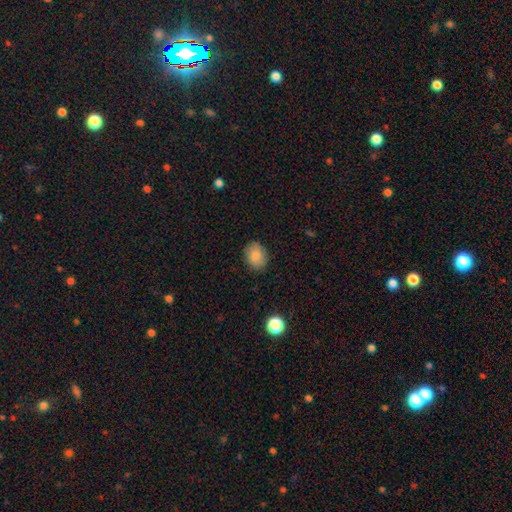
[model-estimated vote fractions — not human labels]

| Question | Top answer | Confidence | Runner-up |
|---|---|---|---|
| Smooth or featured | smooth | 85% | star or artifact (8%) |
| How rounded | in between | 59% | round (40%) |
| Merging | none | 86% | minor disturbance (10%) |